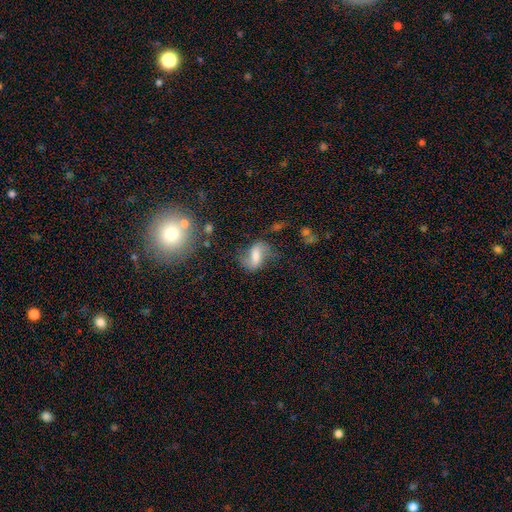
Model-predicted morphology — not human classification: Overall: featured or disk (50%; smooth 40%). Merging: none (57%; minor disturbance 23%).